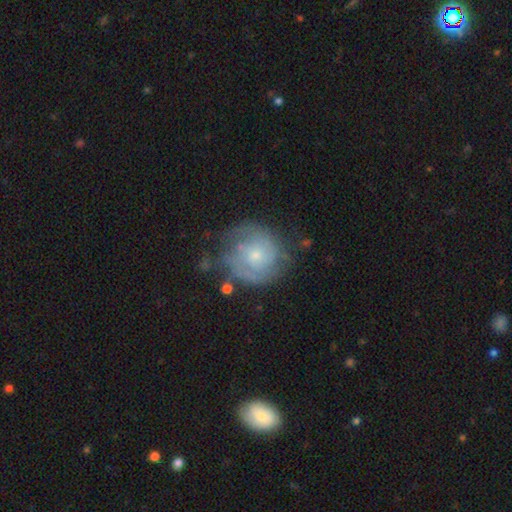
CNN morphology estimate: Smooth or featured: featured or disk — 66% (smooth — 27%)
Edge-on disk: no — 98% (yes — 2%)
Bar: no — 78% (weak — 19%)
Spiral arms: yes — 79% (no — 21%)
Spiral winding: tight — 54% (medium — 33%)
Spiral arm count: can't tell — 38% (2 — 36%)
Bulge size: small — 67% (moderate — 27%)
Merging: none — 59% (minor disturbance — 24%)